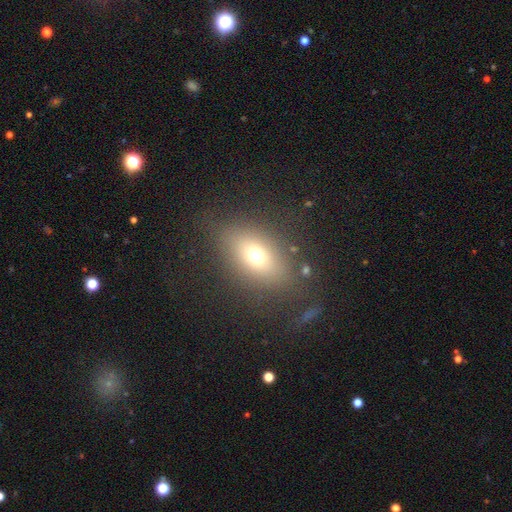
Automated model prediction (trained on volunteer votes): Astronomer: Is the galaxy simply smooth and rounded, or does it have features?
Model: smooth — 68%.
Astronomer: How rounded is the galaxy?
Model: in between — 76%.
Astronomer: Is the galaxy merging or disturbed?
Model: none — 78%.